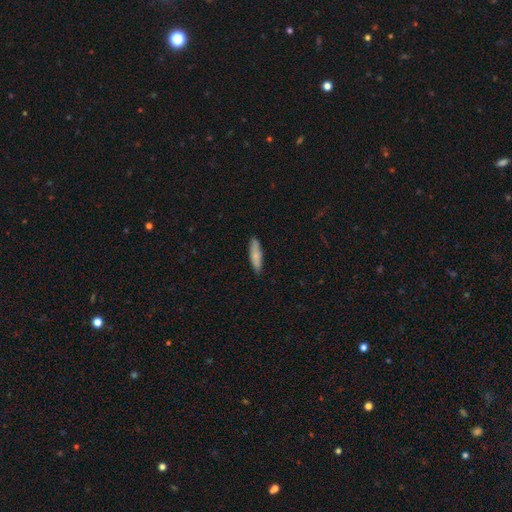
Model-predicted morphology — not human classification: This appears to be a smooth galaxy with no disk features (78%) that is cigar-shaped (64%). Merging: none (85%).